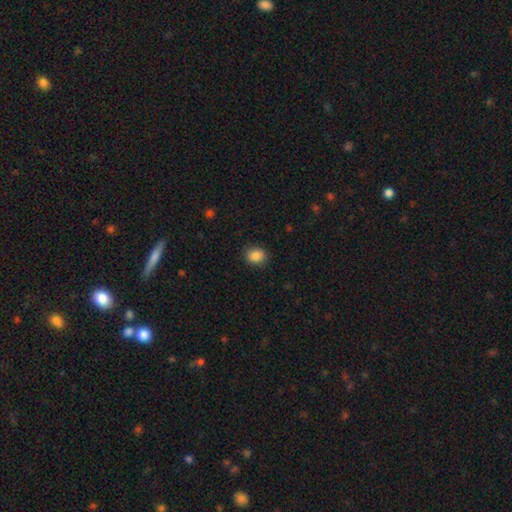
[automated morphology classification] A smooth galaxy with no disk features (87%) that is round (58%).

Vote fractions:
- Smooth or featured? smooth: 87% / star or artifact: 9% / featured or disk: 4%
- How rounded? round: 58% / in between: 41% / cigar-shaped: 1%
- Merging? none: 88% / minor disturbance: 9% / major disturbance: 2% / merger: 1%